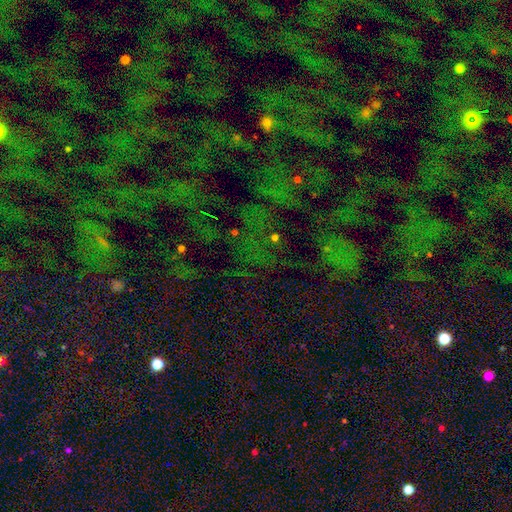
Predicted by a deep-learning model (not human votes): A star or artifact, not a galaxy (75%).